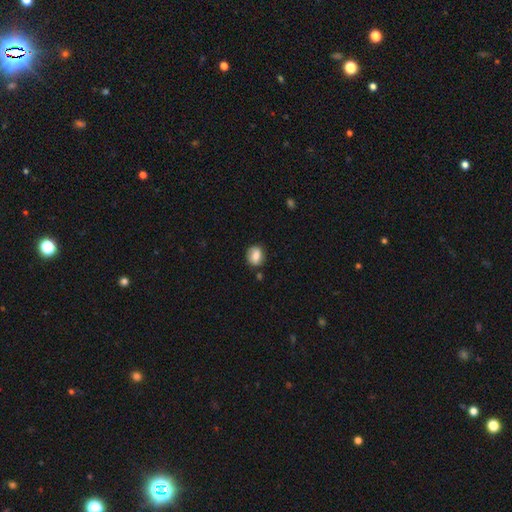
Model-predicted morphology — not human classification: Smooth or featured? Predicted: smooth (p=0.73). How rounded? Predicted: round (p=0.57). Merging? Predicted: none (p=0.76).